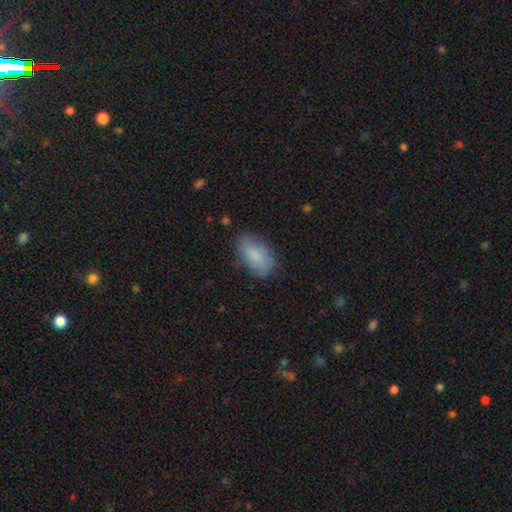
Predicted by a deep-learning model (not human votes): This is clearly a smooth galaxy (81%). How rounded: clearly in between (93%). Merging: likely none (73%).